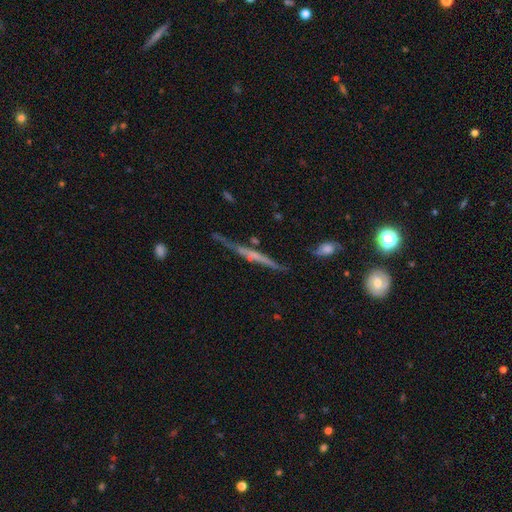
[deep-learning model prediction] Overall: featured or disk (66%). Edge-on disk: yes (94%). Edge-on bulge: none (58%; rounded 27%). Merging: none (71%).